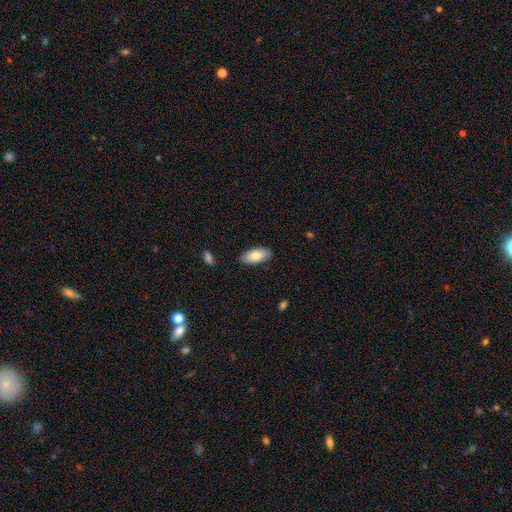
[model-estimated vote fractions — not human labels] A smooth galaxy with no disk features (78%) that is in between round and cigar-shaped (91%).

Vote fractions:
- Smooth or featured? smooth: 78% / featured or disk: 15% / star or artifact: 6%
- How rounded? in between: 91% / cigar-shaped: 7% / round: 2%
- Merging? none: 85% / minor disturbance: 12% / major disturbance: 2% / merger: 1%